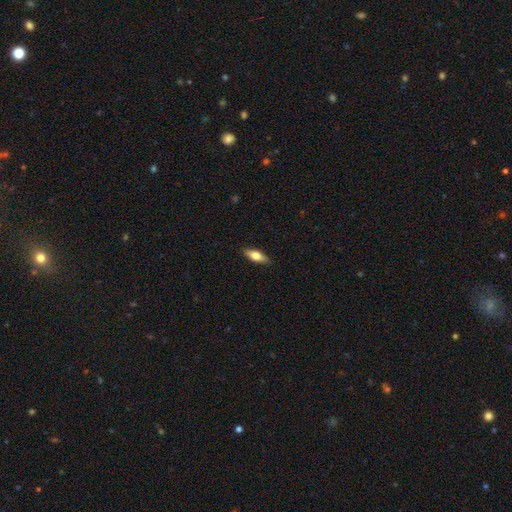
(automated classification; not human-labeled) Smooth or featured?
  - smooth: 69% *
  - featured or disk: 25%
  - star or artifact: 6%
How rounded?
  - in between: 69% *
  - cigar-shaped: 28%
  - round: 3%
Merging?
  - none: 89% *
  - minor disturbance: 9%
  - major disturbance: 2%
  - merger: 1%